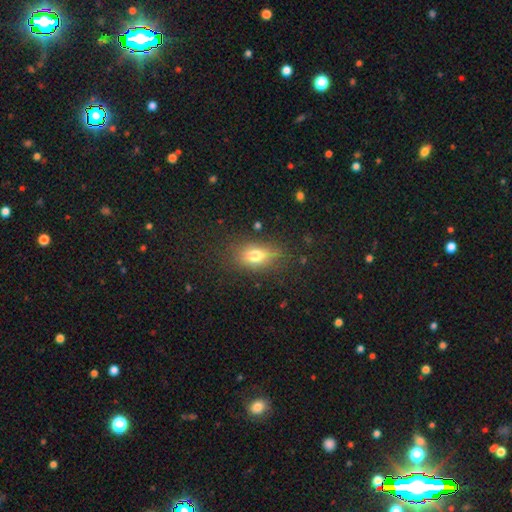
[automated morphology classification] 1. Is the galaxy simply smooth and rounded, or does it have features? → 72% smooth, 17% featured or disk, 12% star or artifact.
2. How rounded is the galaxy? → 78% in between, 14% round, 8% cigar-shaped.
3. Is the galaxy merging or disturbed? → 70% none, 20% minor disturbance, 8% major disturbance, 2% merger.